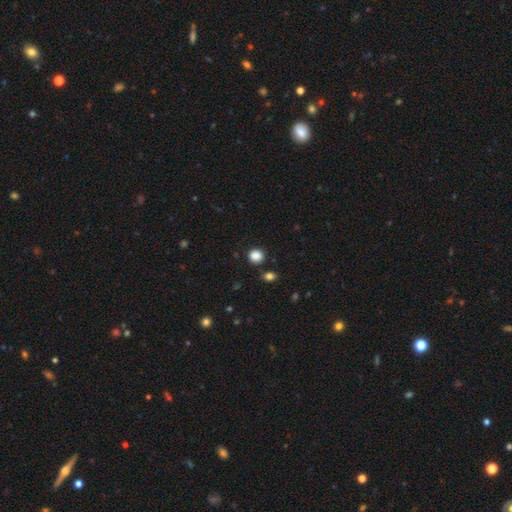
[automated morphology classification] Q: Smooth or featured?
A: smooth (86%); runner-up: star or artifact (11%)
Q: How rounded?
A: round (75%); runner-up: in between (24%)
Q: Merging?
A: none (84%); runner-up: minor disturbance (9%)